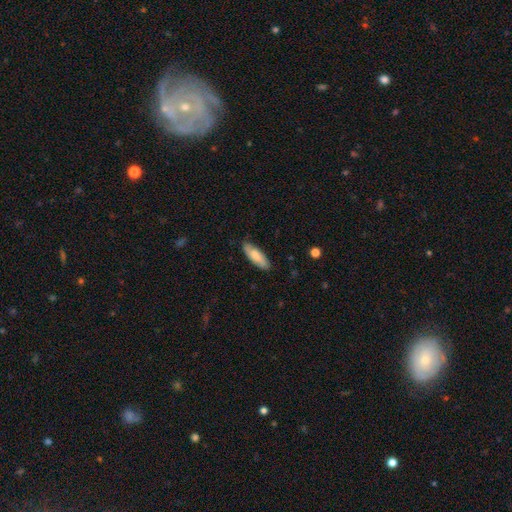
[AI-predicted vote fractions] Smooth or featured? Predicted: smooth (p=0.79). How rounded? Predicted: in between (p=0.59). Merging? Predicted: none (p=0.84).